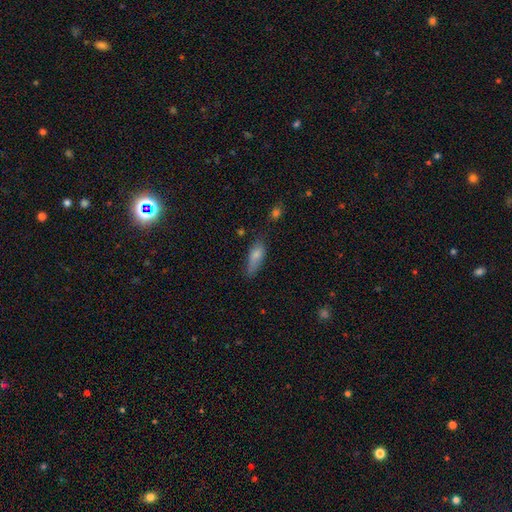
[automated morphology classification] Smooth or featured?
  - smooth: 79% *
  - featured or disk: 13%
  - star or artifact: 8%
How rounded?
  - in between: 65% *
  - cigar-shaped: 32%
  - round: 3%
Merging?
  - none: 59% *
  - minor disturbance: 29%
  - major disturbance: 8%
  - merger: 4%